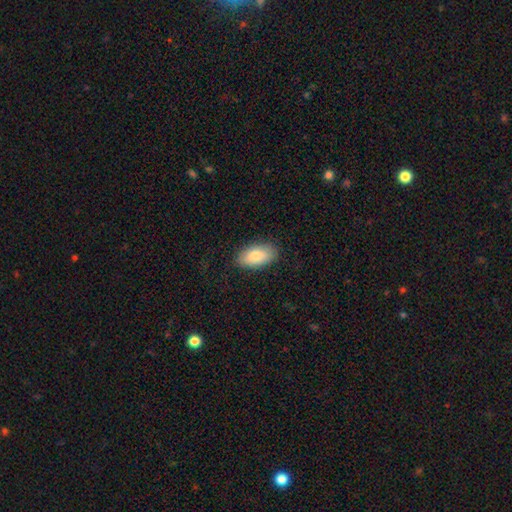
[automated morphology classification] smooth_or_featured: smooth (p=0.80) [alt: featured or disk p=0.13]
how_rounded: in between (p=0.94) [alt: round p=0.04]
merging: none (p=0.86) [alt: minor disturbance p=0.10]